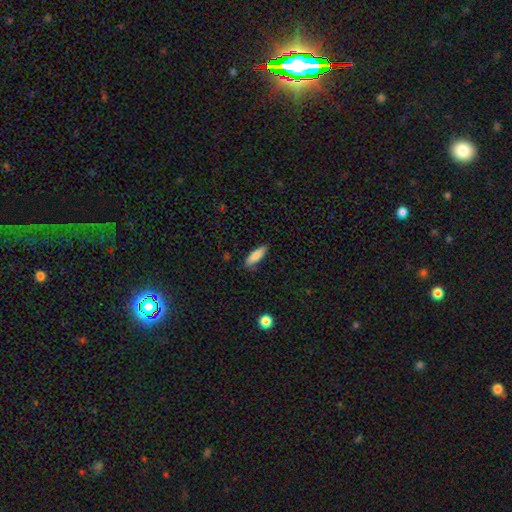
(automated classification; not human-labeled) Overall: smooth (84%). How rounded: in between (50%; cigar-shaped 48%). Merging: none (83%).